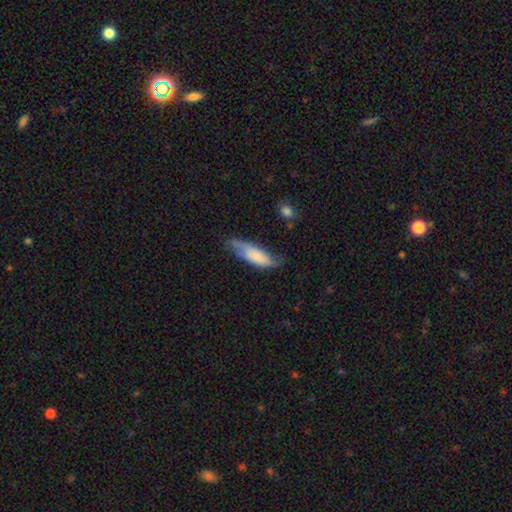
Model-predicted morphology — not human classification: smooth-or-featured: smooth: 67% | featured or disk: 27% | star or artifact: 6%
  how-rounded: in between: 50% | cigar-shaped: 48% | round: 2%
  merging: none: 48% | minor disturbance: 36% | major disturbance: 13% | merger: 3%